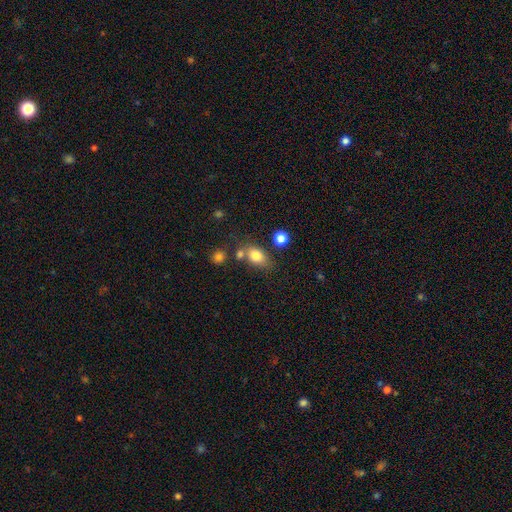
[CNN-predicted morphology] Smooth or featured: smooth — 79% (featured or disk — 10%)
How rounded: in between — 71% (round — 26%)
Merging: none — 60% (merger — 18%)